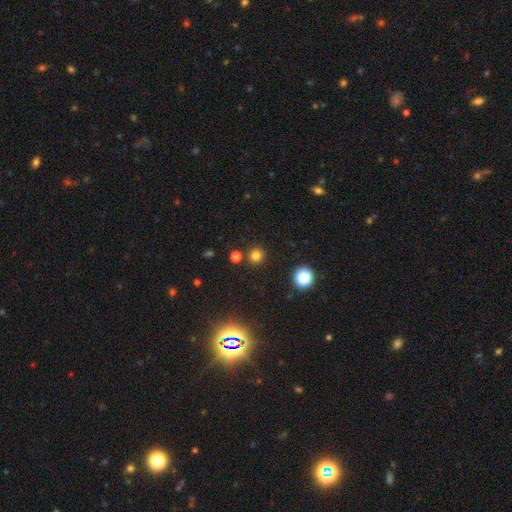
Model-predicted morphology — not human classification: Overall: smooth (77%). How rounded: round (93%). Merging: none (87%).